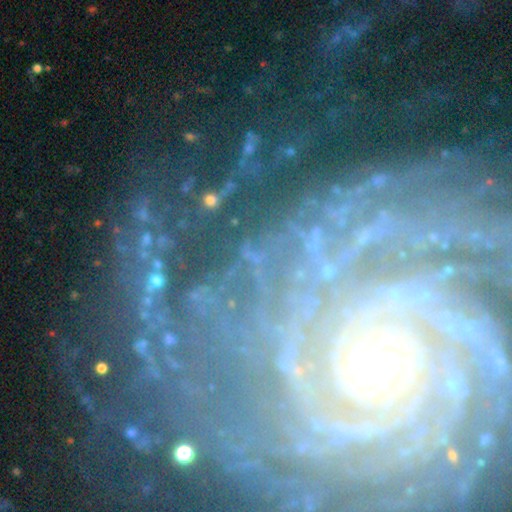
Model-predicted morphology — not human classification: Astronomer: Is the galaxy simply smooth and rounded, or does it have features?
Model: star or artifact — 43% (runner-up: featured or disk, 39%).